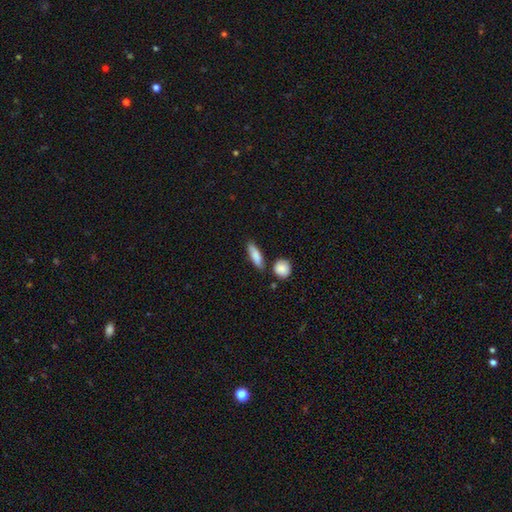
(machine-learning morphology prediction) The model was most divided on "how rounded": in between: 50%, cigar-shaped: 46%, round: 4%. More confident: smooth or featured — smooth (82%); merging — none (76%).